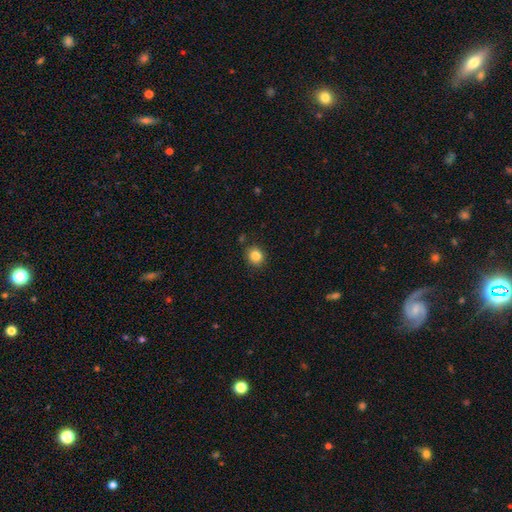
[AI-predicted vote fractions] A smooth galaxy with no disk features (84%) that is round (81%). Merging: none (87%).